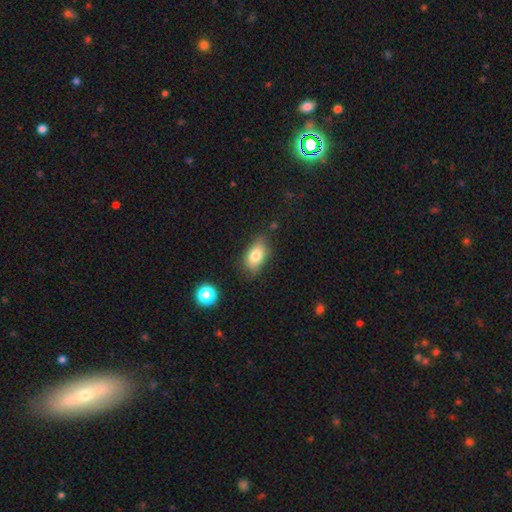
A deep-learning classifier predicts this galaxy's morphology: Smooth or featured? smooth (79%)
How rounded? in between (86%)
Merging? none (71%)